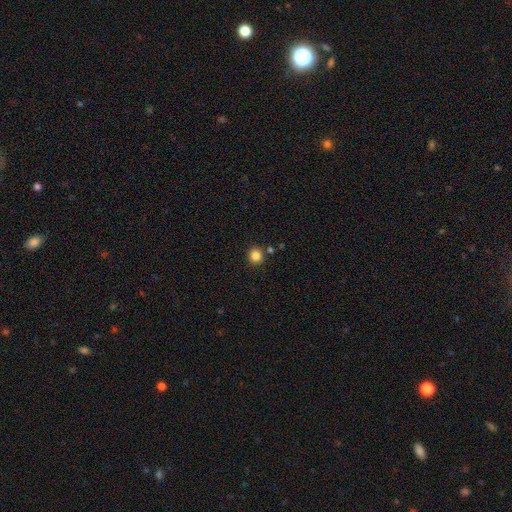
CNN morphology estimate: A smooth galaxy with no disk features (85%) that is round (90%).

Vote fractions:
- Smooth or featured? smooth: 85% / star or artifact: 12% / featured or disk: 4%
- How rounded? round: 90% / in between: 9% / cigar-shaped: 1%
- Merging? none: 86% / minor disturbance: 7% / merger: 5% / major disturbance: 2%